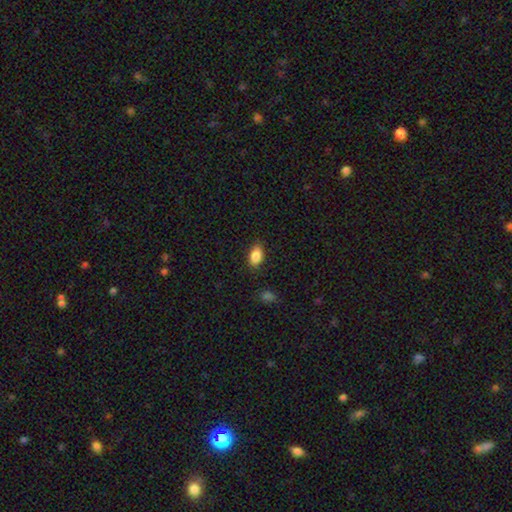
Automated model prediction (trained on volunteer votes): This is clearly a smooth galaxy (87%). How rounded: clearly in between (90%). Merging: clearly none (85%).